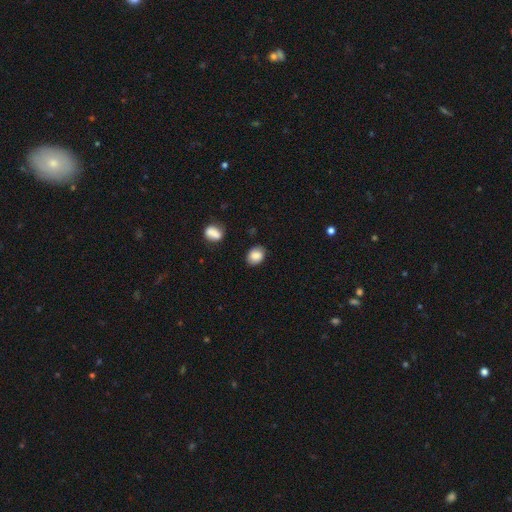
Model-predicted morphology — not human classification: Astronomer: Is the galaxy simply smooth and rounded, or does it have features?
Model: smooth — 85%.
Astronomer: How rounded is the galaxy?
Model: in between — 57% (runner-up: round, 41%).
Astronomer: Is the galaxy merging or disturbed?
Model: none — 81%.